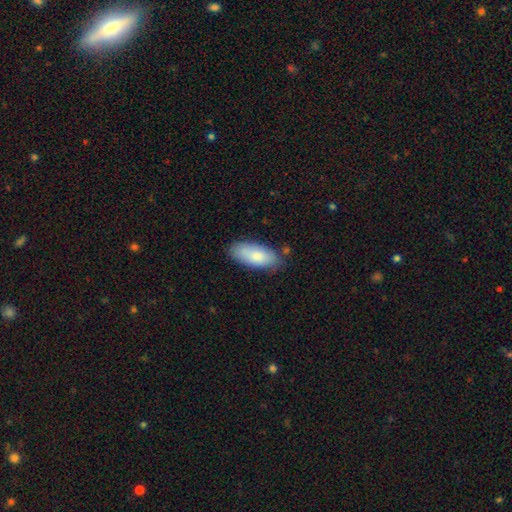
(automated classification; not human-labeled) This appears to be a smooth galaxy with no disk features (81%) that is in between round and cigar-shaped (88%). Merging: none (76%).